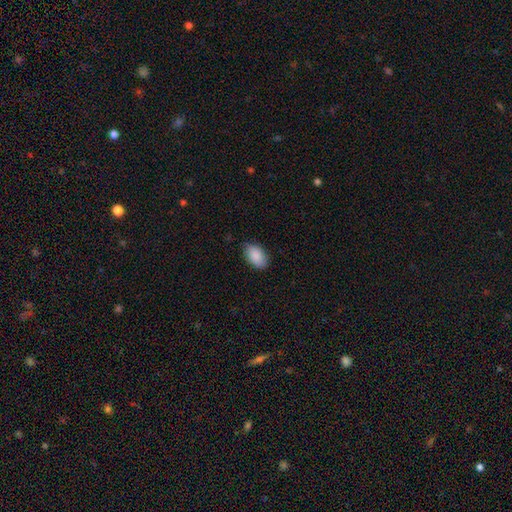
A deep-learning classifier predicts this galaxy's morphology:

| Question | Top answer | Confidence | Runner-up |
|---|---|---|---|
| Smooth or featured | smooth | 89% | star or artifact (6%) |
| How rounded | in between | 92% | round (6%) |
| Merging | none | 81% | minor disturbance (15%) |